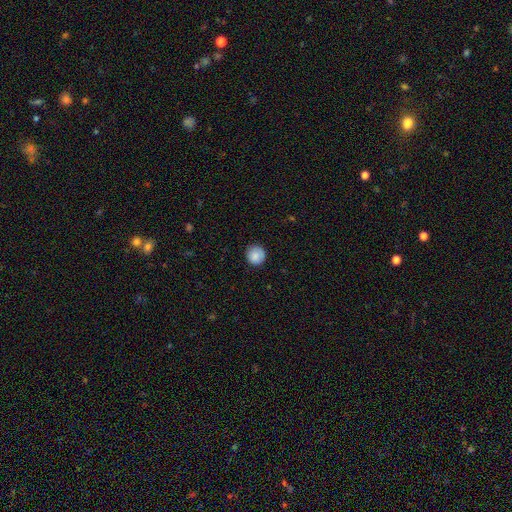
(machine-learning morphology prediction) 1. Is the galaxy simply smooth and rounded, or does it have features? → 85% smooth, 8% star or artifact, 7% featured or disk.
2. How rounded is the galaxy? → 94% round, 5% in between, 1% cigar-shaped.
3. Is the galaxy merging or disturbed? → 87% none, 10% minor disturbance, 2% major disturbance, 1% merger.